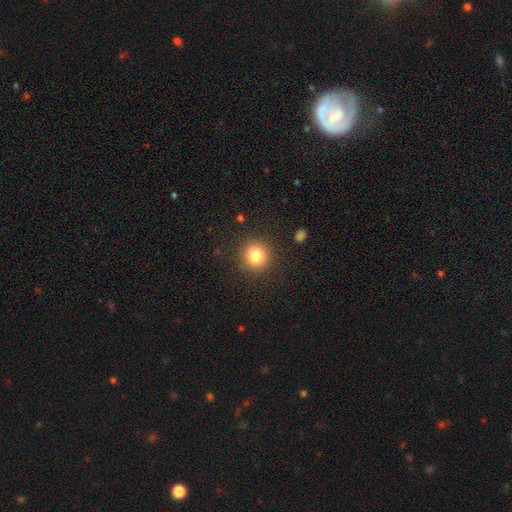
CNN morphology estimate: Overall: smooth (81%). How rounded: round (92%). Merging: none (89%).